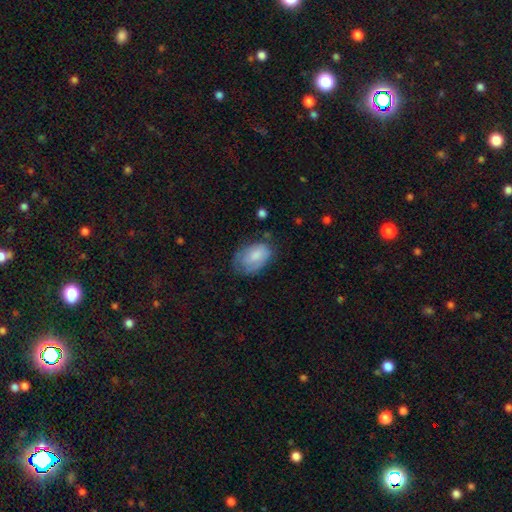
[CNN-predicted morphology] A smooth galaxy with no disk features (75%) that is in between round and cigar-shaped (87%).

Vote fractions:
- Smooth or featured? smooth: 75% / featured or disk: 18% / star or artifact: 7%
- How rounded? in between: 87% / round: 12% / cigar-shaped: 1%
- Merging? none: 53% / minor disturbance: 32% / major disturbance: 13% / merger: 2%